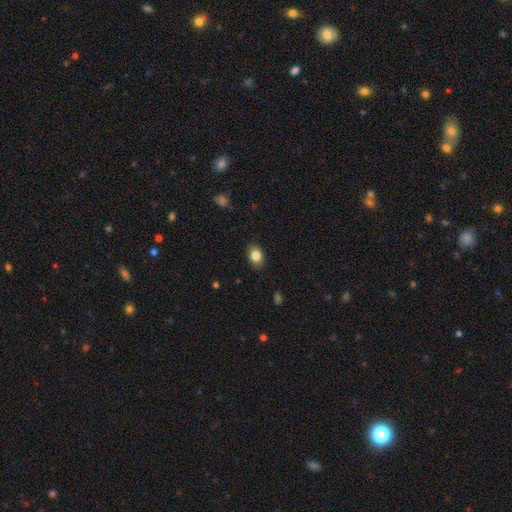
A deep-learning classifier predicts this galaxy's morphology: The model was most divided on "how rounded": in between: 76%, round: 22%, cigar-shaped: 1%. More confident: merging — none (87%); smooth or featured — smooth (83%).